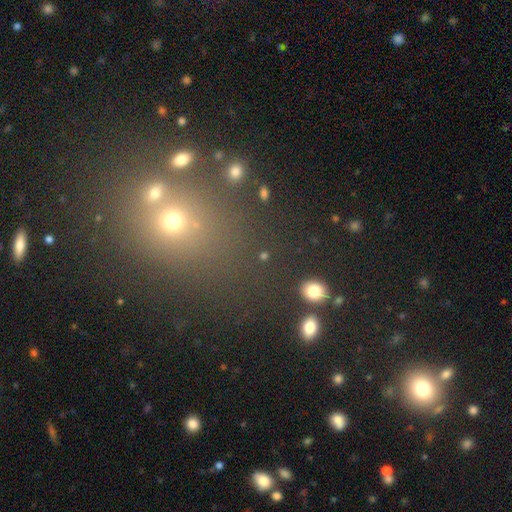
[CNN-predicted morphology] Smooth or featured?
  - smooth: 47% *
  - star or artifact: 42%
  - featured or disk: 12%
Merging?
  - none: 72% *
  - merger: 13%
  - minor disturbance: 10%
  - major disturbance: 5%